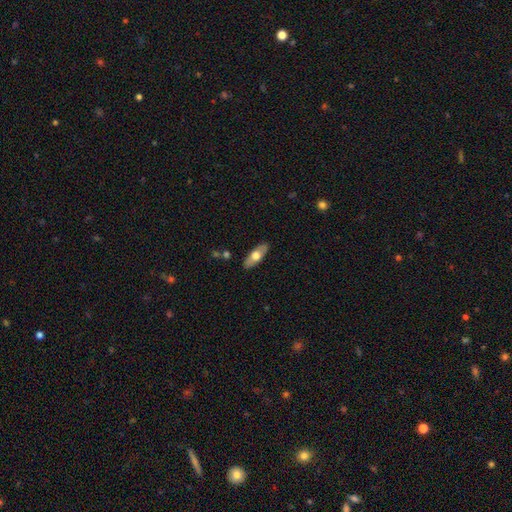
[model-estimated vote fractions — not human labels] Smooth or featured? Predicted: smooth (p=0.57). How rounded? Predicted: in between (p=0.73). Merging? Predicted: none (p=0.86).